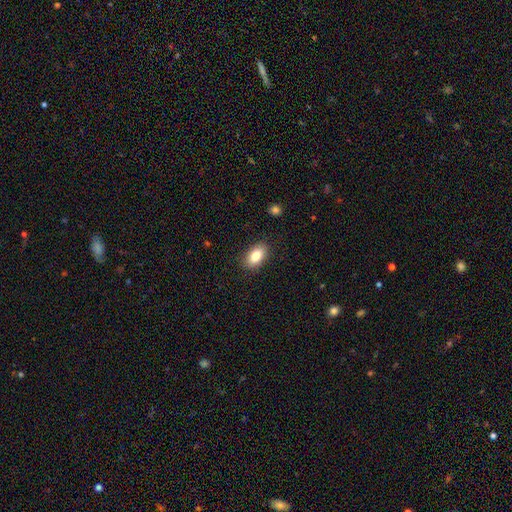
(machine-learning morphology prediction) Smooth or featured? smooth (84%)
How rounded? in between (91%)
Merging? none (87%)